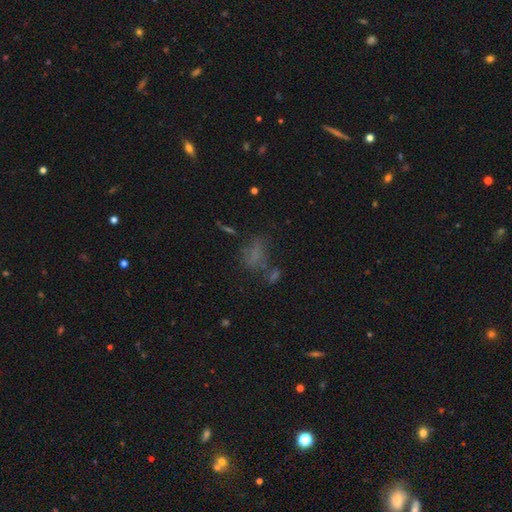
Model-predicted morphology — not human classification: Smooth or featured? Predicted: smooth (p=0.54). How rounded? Predicted: in between (p=0.75). Merging? Predicted: none (p=0.44).